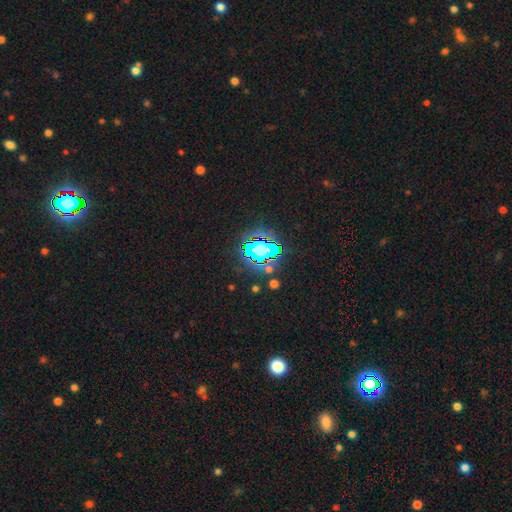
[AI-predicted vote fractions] A star or artifact, not a galaxy (62%).